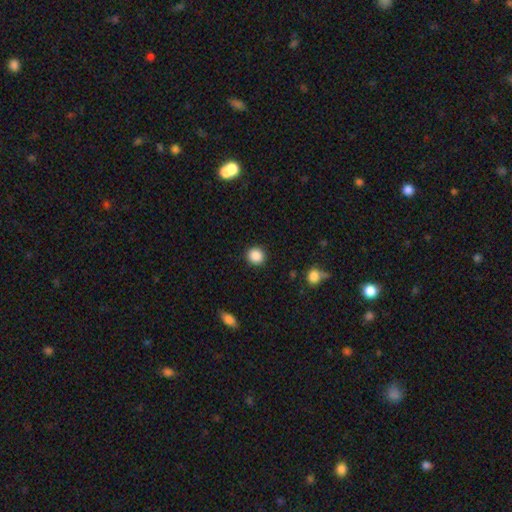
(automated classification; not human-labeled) A smooth galaxy with no disk features (88%) that is round (90%). Merging: none (91%).